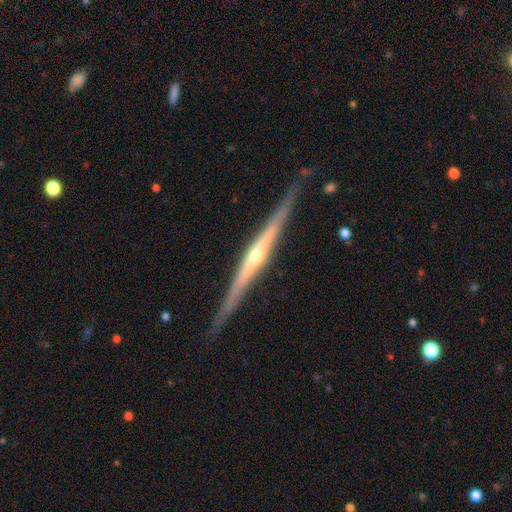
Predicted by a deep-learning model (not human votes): This is clearly a featured or disk galaxy (84%). It is clearly viewed edge-on (98%). Edge-on bulge: likely rounded (73%). Merging: clearly none (88%).